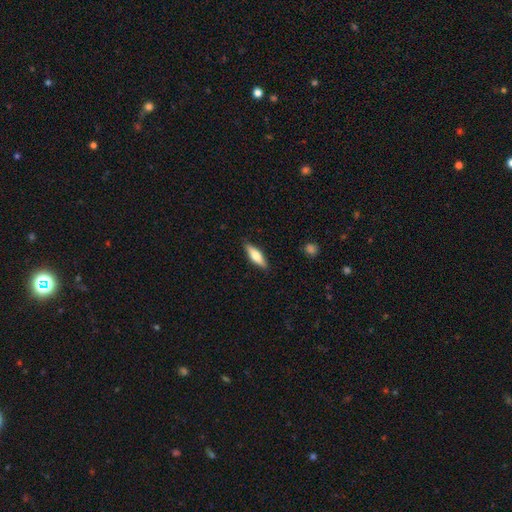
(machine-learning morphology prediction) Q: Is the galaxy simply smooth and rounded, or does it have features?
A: smooth — 59%.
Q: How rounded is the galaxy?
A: cigar-shaped — 56%.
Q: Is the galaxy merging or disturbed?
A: none — 88%.